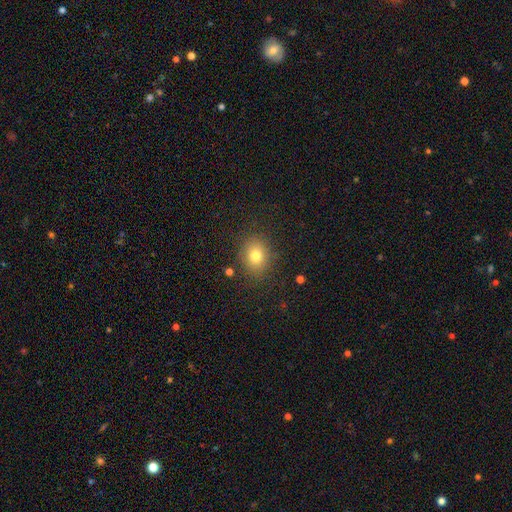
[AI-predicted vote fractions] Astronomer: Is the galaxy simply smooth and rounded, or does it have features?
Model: smooth — 78%.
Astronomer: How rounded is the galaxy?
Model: round — 63%.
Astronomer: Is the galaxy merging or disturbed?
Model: none — 84%.